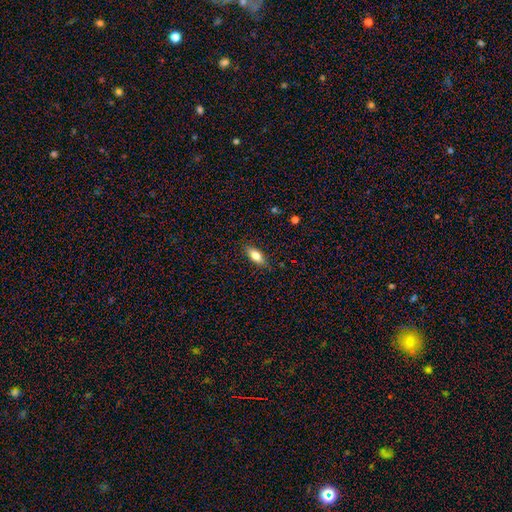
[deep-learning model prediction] Morphology: type=smooth (76%); roundness=in between (76%); merging=none (86%).